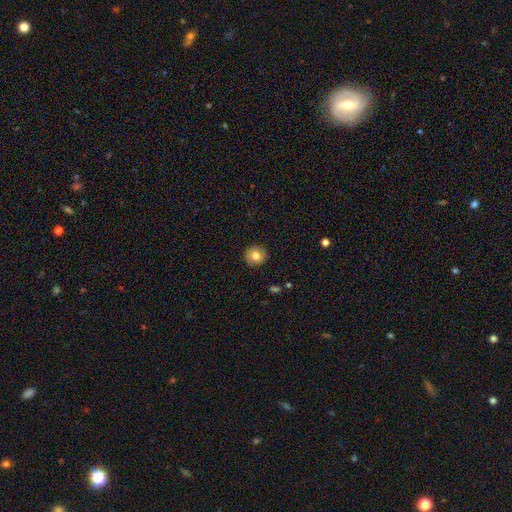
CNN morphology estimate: type=smooth (78%); roundness=round (91%); merging=none (90%).